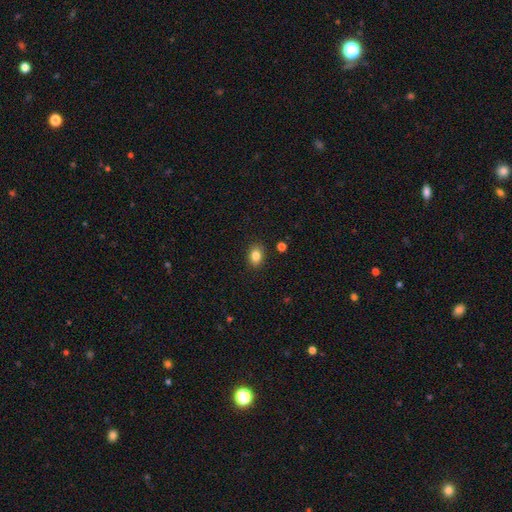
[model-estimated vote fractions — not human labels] smooth 84%, star or artifact 10%, featured or disk 6%. Down the decision tree: how rounded — in between (69%); merging — none (87%).